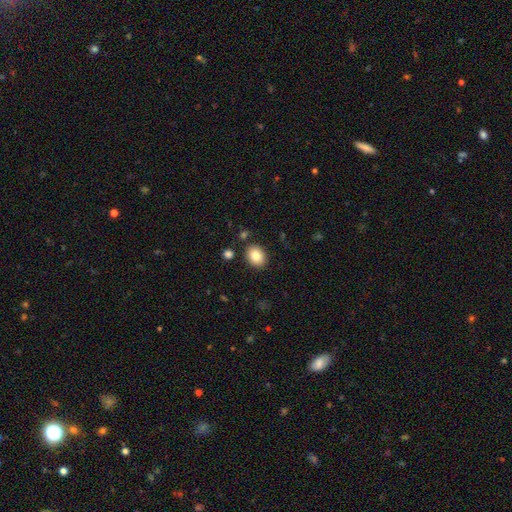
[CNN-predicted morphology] Overall: smooth (85%). How rounded: in between (56%; round 43%). Merging: none (87%).